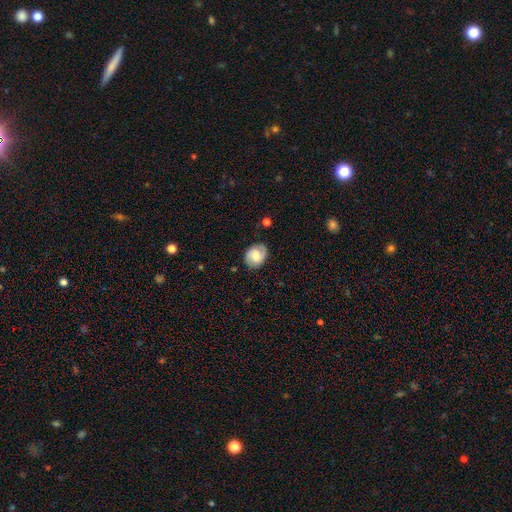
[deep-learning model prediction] Overall: featured or disk (55%; smooth 37%). Edge-on disk: no (97%). Bar: no (45%; weak 43%). Spiral arms: yes (87%). Bulge size: moderate (46%; small 22%). Merging: none (79%).